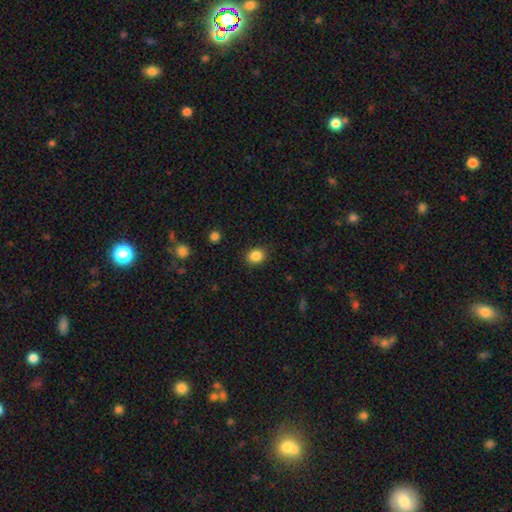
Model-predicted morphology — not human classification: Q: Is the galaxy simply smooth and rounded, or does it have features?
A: smooth — 86%.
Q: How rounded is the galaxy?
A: round — 65%.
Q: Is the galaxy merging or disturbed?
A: none — 88%.